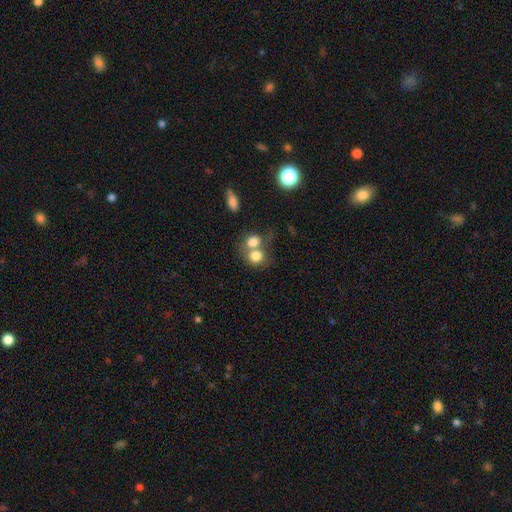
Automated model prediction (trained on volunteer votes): Q: Smooth or featured?
A: smooth (77%); runner-up: featured or disk (13%)
Q: How rounded?
A: round (67%); runner-up: in between (32%)
Q: Merging?
A: merger (60%); runner-up: none (28%)